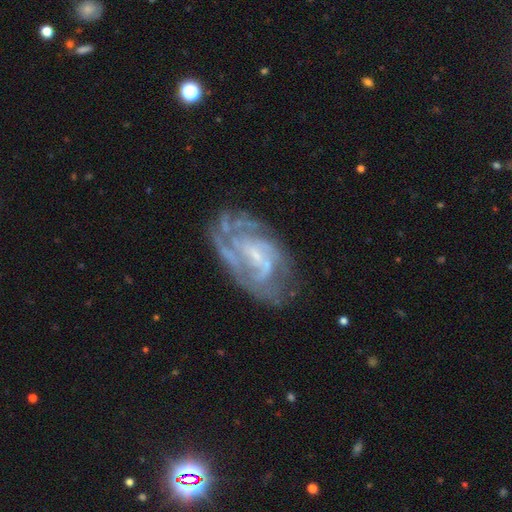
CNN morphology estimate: A featured or disk galaxy (82%) with a weak bar (49%), tight (48%) spiral arms (86%) and a small central bulge (65%). Merging: none (61%).